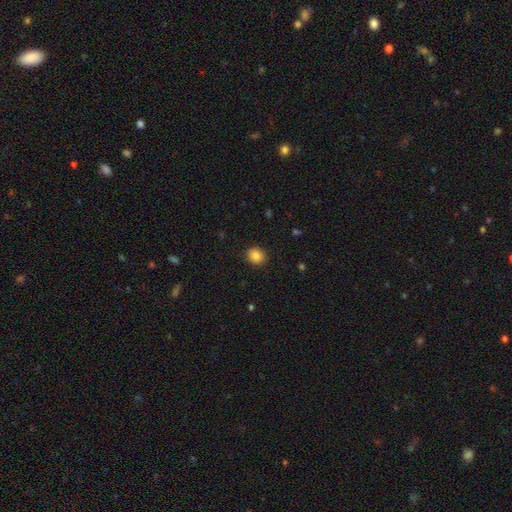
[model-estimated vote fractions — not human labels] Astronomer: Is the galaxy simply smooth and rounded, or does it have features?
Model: smooth — 86%.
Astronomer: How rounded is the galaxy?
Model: round — 77%.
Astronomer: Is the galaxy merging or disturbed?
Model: none — 91%.